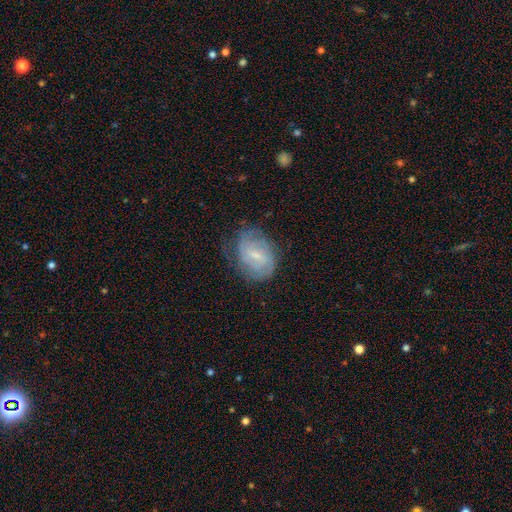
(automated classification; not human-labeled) Morphology: type=featured or disk (62%); edge-on=no (97%); bar=weak (61%); spiral arms=yes (81%); bulge=small (58%); merging=none (62%).